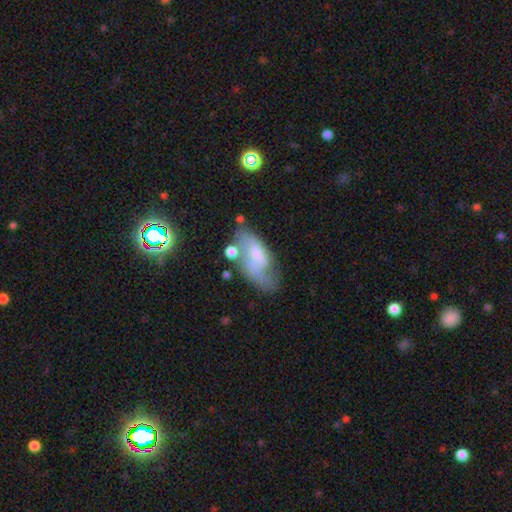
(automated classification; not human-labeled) A featured or disk galaxy (52%). Merging: none (41%).